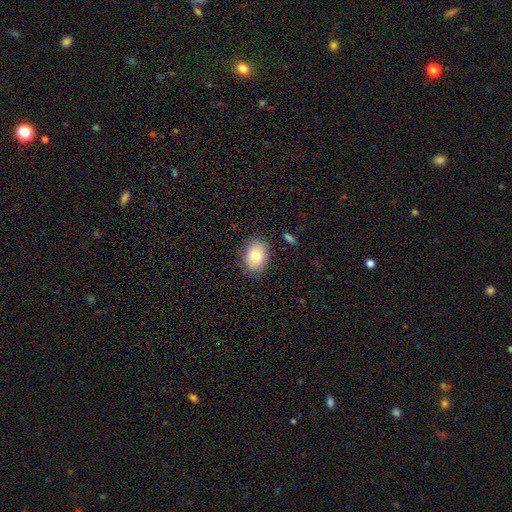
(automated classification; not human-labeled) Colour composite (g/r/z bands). It shows a smooth galaxy with no disk features (79%) that is in between round and cigar-shaped (72%). Merging: none (83%).